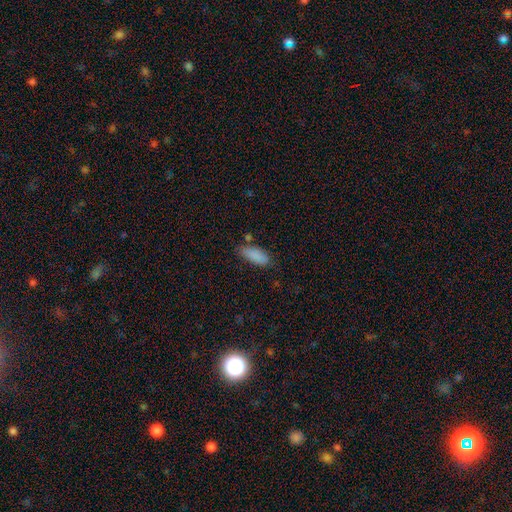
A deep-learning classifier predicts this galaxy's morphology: Q: Smooth or featured?
A: smooth (87%); runner-up: star or artifact (7%)
Q: How rounded?
A: in between (74%); runner-up: cigar-shaped (24%)
Q: Merging?
A: none (68%); runner-up: minor disturbance (22%)